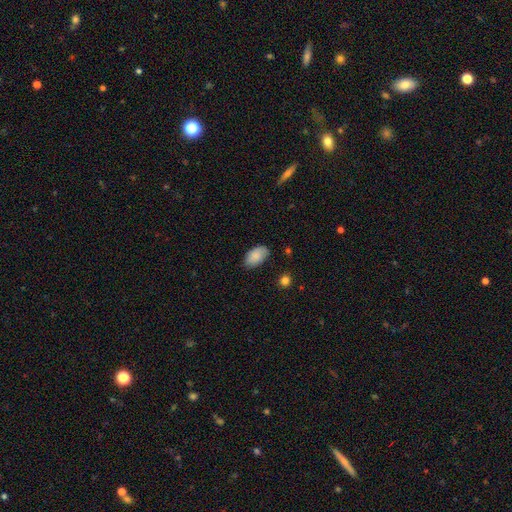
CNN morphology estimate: smooth_or_featured: smooth (p=0.87) [alt: star or artifact p=0.07]
how_rounded: in between (p=0.93) [alt: round p=0.05]
merging: none (p=0.79) [alt: minor disturbance p=0.17]